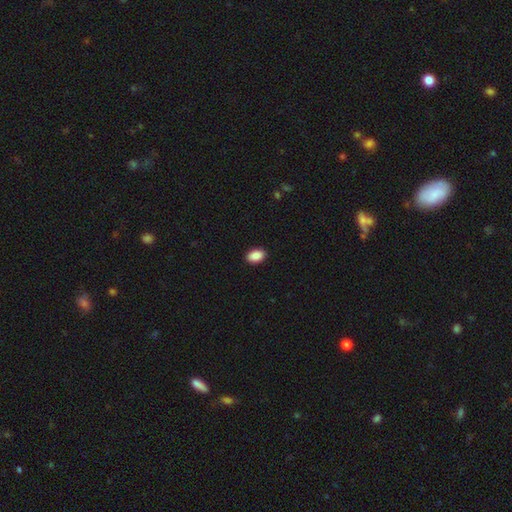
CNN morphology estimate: Q: Smooth or featured?
A: smooth (90%); runner-up: star or artifact (7%)
Q: How rounded?
A: in between (91%); runner-up: round (7%)
Q: Merging?
A: none (91%); runner-up: minor disturbance (7%)